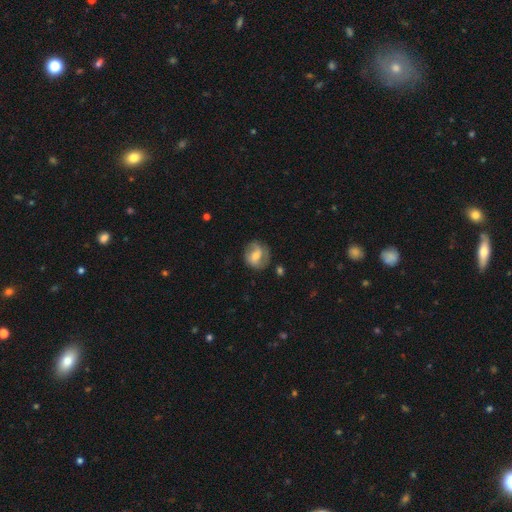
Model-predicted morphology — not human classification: A featured or disk galaxy (51%).

Vote fractions:
- Smooth or featured? featured or disk: 51% / smooth: 42% / star or artifact: 7%
- Edge-on disk? no: 96% / yes: 4%
- Merging? none: 73% / minor disturbance: 18% / major disturbance: 7% / merger: 2%